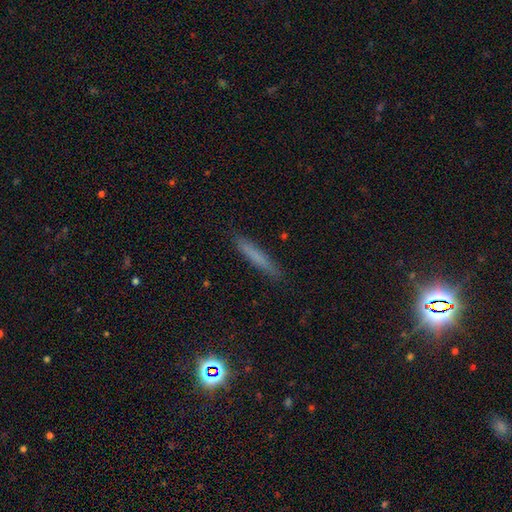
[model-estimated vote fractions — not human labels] Smooth or featured? Predicted: smooth (p=0.68). How rounded? Predicted: cigar-shaped (p=0.94). Merging? Predicted: none (p=0.89).